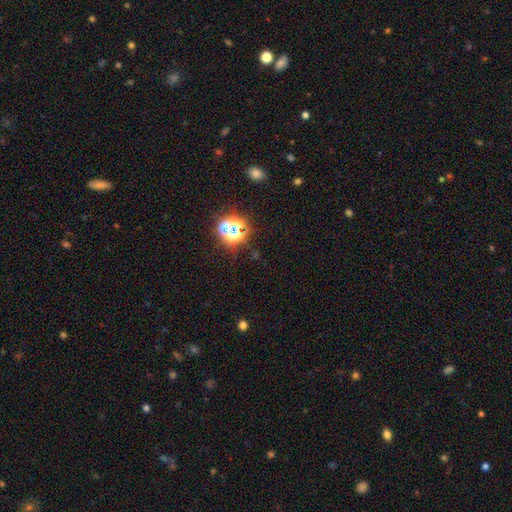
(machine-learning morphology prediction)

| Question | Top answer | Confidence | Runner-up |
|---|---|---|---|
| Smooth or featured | star or artifact | 72% | smooth (19%) |